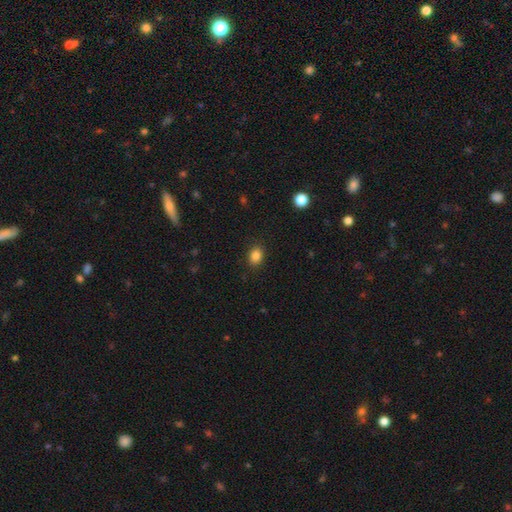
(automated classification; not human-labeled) The model was most divided on "how rounded": in between: 60%, round: 40%, cigar-shaped: 1%. More confident: merging — none (88%); smooth or featured — smooth (86%).